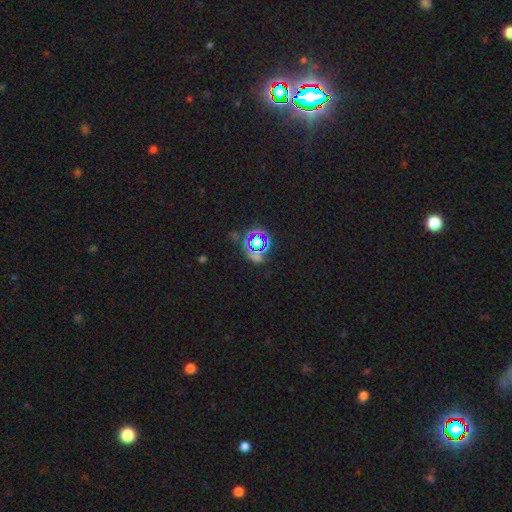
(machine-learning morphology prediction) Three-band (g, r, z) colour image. It shows a star or artifact, not a galaxy (69%).